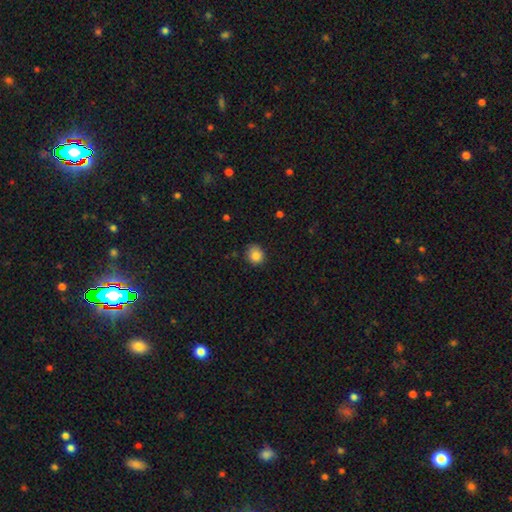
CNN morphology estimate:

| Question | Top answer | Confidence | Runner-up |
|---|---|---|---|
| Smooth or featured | smooth | 83% | star or artifact (10%) |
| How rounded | round | 75% | in between (24%) |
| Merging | none | 77% | minor disturbance (18%) |